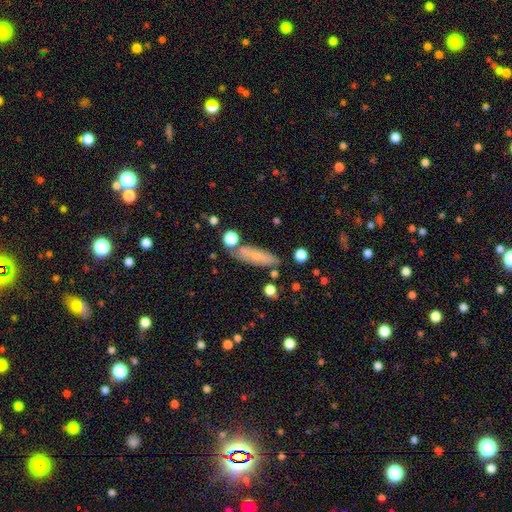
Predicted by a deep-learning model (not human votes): Smooth or featured: smooth — 60% (featured or disk — 32%)
How rounded: cigar-shaped — 52% (in between — 44%)
Merging: none — 71% (minor disturbance — 17%)